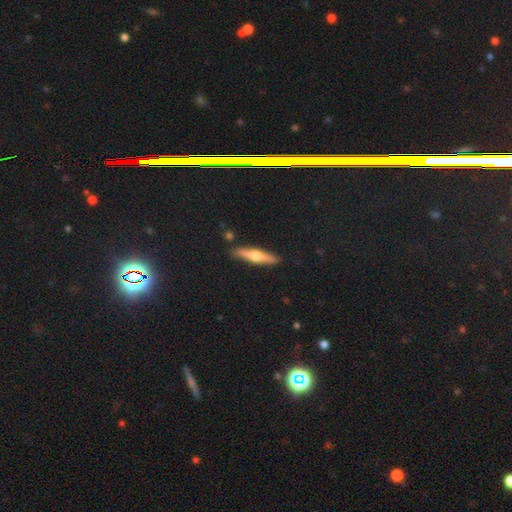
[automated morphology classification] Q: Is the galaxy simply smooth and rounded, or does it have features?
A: featured or disk — 55%.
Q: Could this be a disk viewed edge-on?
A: yes — 94%.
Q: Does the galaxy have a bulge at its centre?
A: rounded — 93%.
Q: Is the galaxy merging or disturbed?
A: none — 87%.